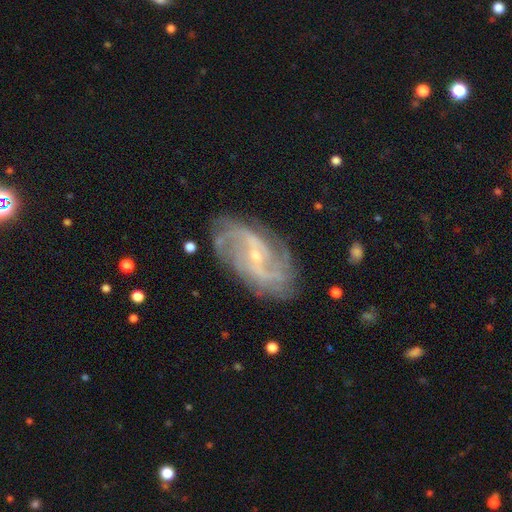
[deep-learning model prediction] Smooth or featured?
  - featured or disk: 88% *
  - star or artifact: 6%
  - smooth: 5%
Edge-on disk?
  - no: 96% *
  - yes: 4%
Bar?
  - weak: 45% *
  - no: 39%
  - strong: 16%
Spiral arms?
  - yes: 96% *
  - no: 4%
Spiral winding?
  - medium: 44% *
  - loose: 33%
  - tight: 23%
Spiral arm count?
  - 2: 61% *
  - can't tell: 15%
  - 3: 10%
  - 4: 5%
  - 1: 4%
  - more than 4: 4%
Bulge size?
  - small: 78% *
  - moderate: 18%
  - none: 2%
  - large: 1%
  - dominant: 1%
Merging?
  - none: 77% *
  - minor disturbance: 16%
  - major disturbance: 6%
  - merger: 2%